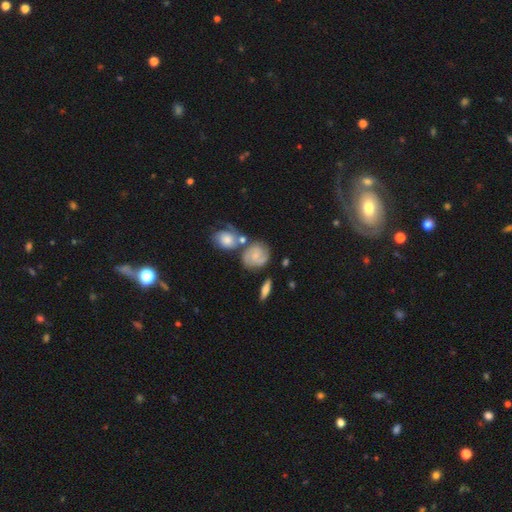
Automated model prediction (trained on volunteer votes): featured or disk 69%, smooth 24%, star or artifact 7%. Down the decision tree: edge-on disk — no (96%); bar — no (69%); spiral arms — yes (93%); spiral arm count — 2 (54%); spiral winding — tight (52%); bulge size — small (68%); merging — none (57%).